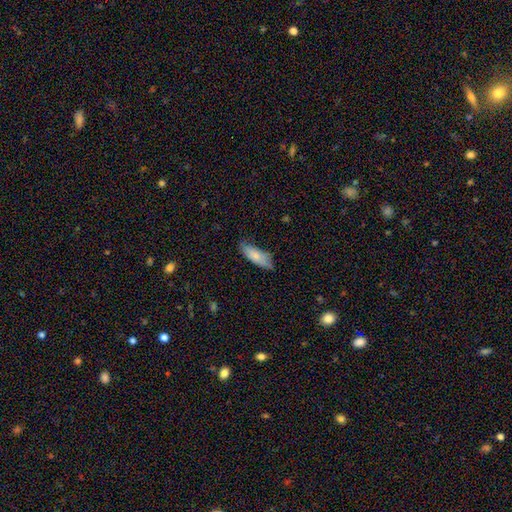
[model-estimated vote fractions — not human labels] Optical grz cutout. It shows a smooth galaxy with no disk features (77%) that is in between round and cigar-shaped (69%). Merging: none (60%).